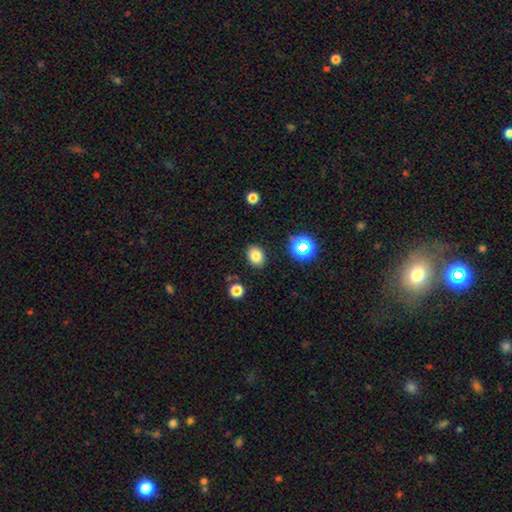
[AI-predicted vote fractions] This appears to be a smooth galaxy with no disk features (80%) that is in between round and cigar-shaped (64%). Merging: none (87%).